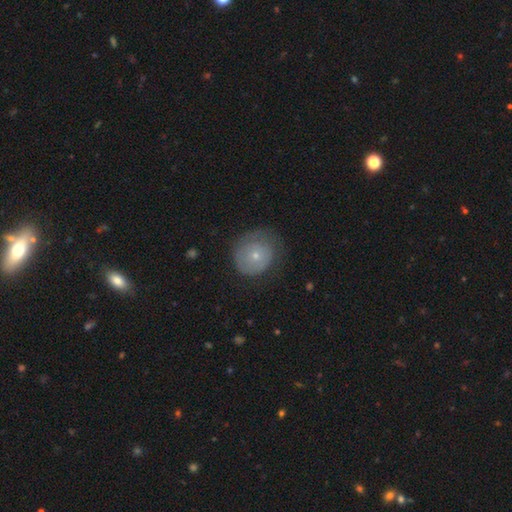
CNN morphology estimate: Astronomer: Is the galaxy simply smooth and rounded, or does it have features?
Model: smooth — 58% (runner-up: featured or disk, 34%).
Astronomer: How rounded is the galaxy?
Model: round — 82%.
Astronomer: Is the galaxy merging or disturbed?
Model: none — 59%.